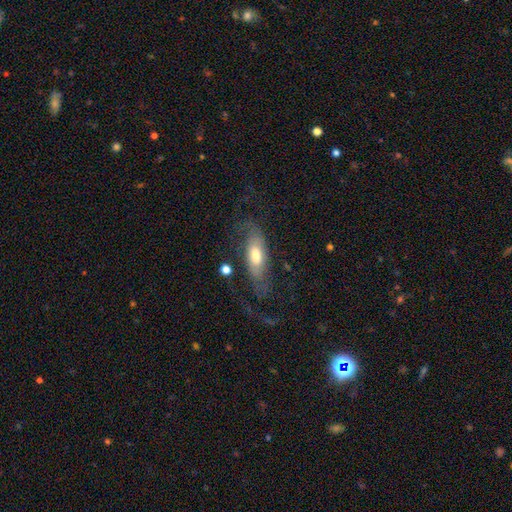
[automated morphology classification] Smooth or featured?
  - smooth: 47% *
  - featured or disk: 46%
  - star or artifact: 7%
Merging?
  - none: 51% *
  - major disturbance: 26%
  - minor disturbance: 21%
  - merger: 3%